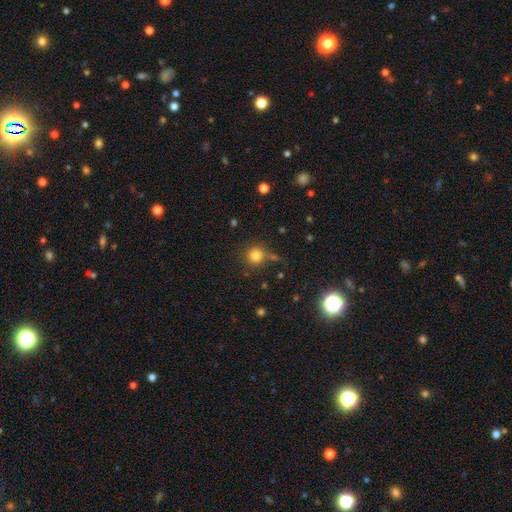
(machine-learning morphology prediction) Smooth or featured? smooth (79%)
How rounded? round (92%)
Merging? none (72%)